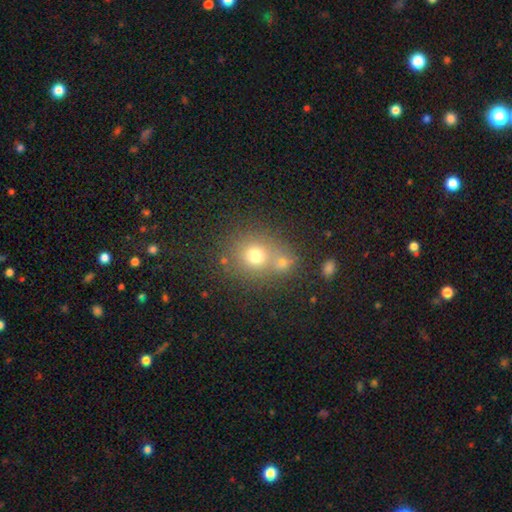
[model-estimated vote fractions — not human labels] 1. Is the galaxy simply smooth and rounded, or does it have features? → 71% smooth, 16% star or artifact, 13% featured or disk.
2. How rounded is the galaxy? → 79% round, 20% in between, 1% cigar-shaped.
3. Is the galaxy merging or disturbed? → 53% none, 34% merger, 9% minor disturbance, 4% major disturbance.